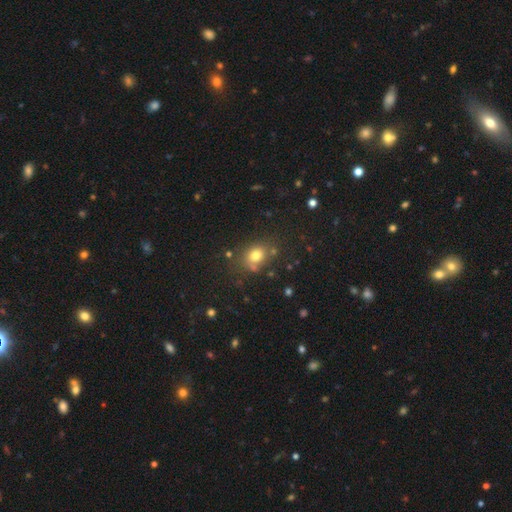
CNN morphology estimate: A smooth galaxy with no disk features (75%) that is round (58%).

Vote fractions:
- Smooth or featured? smooth: 75% / star or artifact: 15% / featured or disk: 10%
- How rounded? round: 58% / in between: 41% / cigar-shaped: 1%
- Merging? none: 70% / minor disturbance: 16% / merger: 8% / major disturbance: 6%